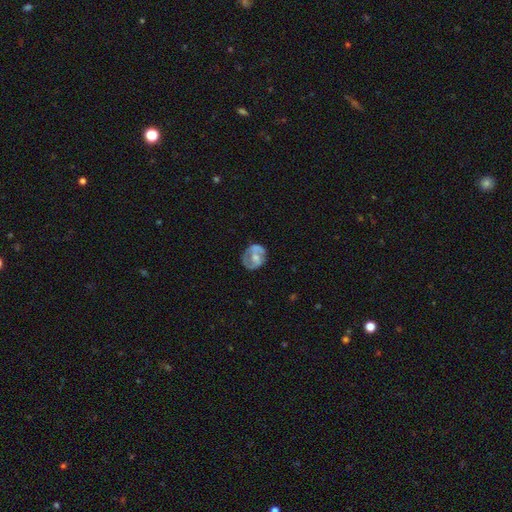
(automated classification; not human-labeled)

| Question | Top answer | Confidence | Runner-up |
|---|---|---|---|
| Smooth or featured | featured or disk | 62% | smooth (32%) |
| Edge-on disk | no | 97% | yes (3%) |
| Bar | no | 43% | weak (37%) |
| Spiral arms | yes | 60% | no (40%) |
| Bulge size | moderate | 49% | small (38%) |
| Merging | none | 61% | minor disturbance (24%) |